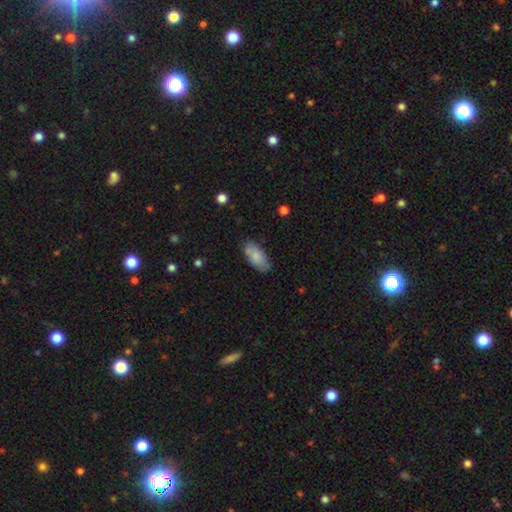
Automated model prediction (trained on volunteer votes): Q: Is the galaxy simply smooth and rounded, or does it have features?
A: smooth — 81%.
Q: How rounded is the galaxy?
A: in between — 89%.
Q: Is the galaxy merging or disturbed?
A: none — 77%.